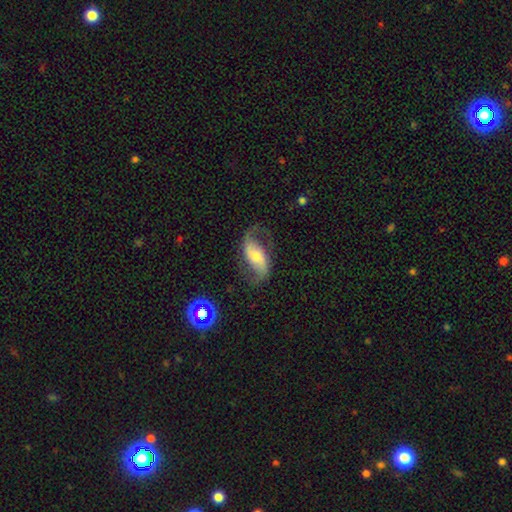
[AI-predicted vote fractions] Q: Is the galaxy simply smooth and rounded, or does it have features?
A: featured or disk — 77%.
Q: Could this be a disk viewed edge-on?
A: no — 95%.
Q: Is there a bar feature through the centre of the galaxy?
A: weak — 39%.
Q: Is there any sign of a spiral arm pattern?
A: yes — 93%.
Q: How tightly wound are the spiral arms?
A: loose — 66%.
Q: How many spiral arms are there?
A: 2 — 91%.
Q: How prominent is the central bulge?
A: moderate — 47%.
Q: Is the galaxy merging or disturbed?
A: none — 66%.